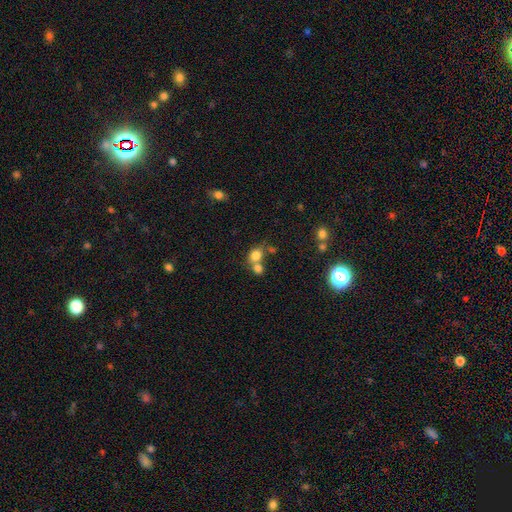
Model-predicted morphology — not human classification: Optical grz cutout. It shows a smooth galaxy with no disk features (78%) that is round (64%). Merging: merger (51%).